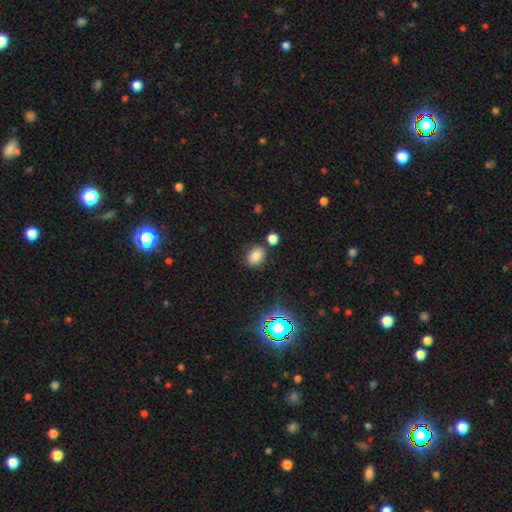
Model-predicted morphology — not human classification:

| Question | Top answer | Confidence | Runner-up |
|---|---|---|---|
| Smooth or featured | smooth | 80% | star or artifact (14%) |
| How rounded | in between | 66% | round (32%) |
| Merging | none | 74% | minor disturbance (13%) |